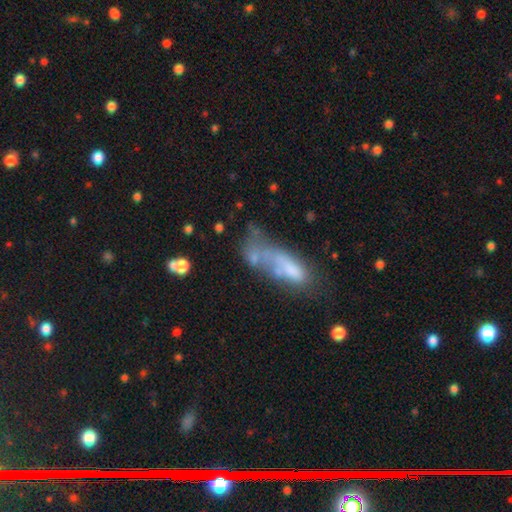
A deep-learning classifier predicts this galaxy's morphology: Smooth or featured? Predicted: smooth (p=0.57). How rounded? Predicted: in between (p=0.65). Merging? Predicted: merger (p=0.30).